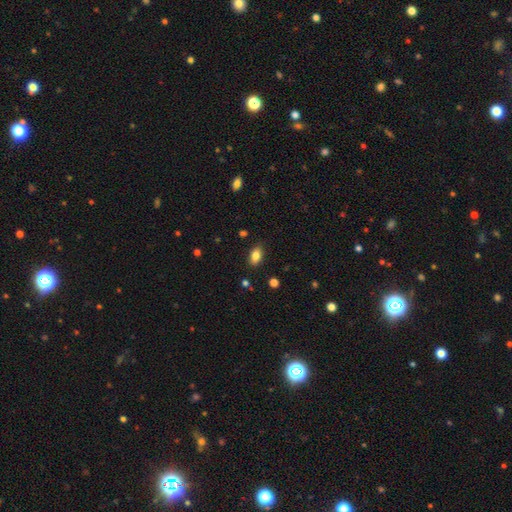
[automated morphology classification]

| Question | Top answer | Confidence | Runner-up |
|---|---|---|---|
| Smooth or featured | smooth | 83% | star or artifact (9%) |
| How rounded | in between | 88% | round (8%) |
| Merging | none | 86% | minor disturbance (11%) |